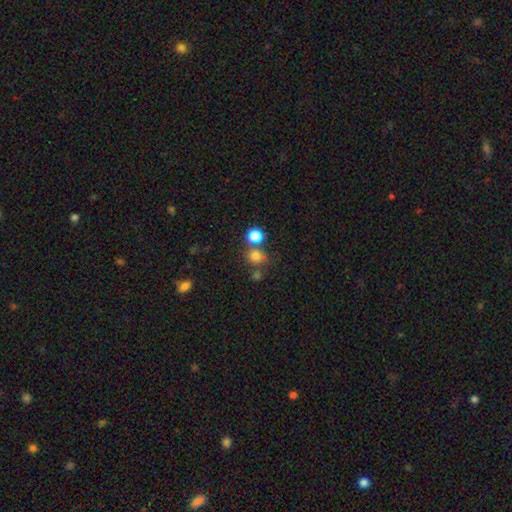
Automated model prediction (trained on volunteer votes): This is likely a smooth galaxy (75%). How rounded: clearly round (84%). Merging: likely none (64%).